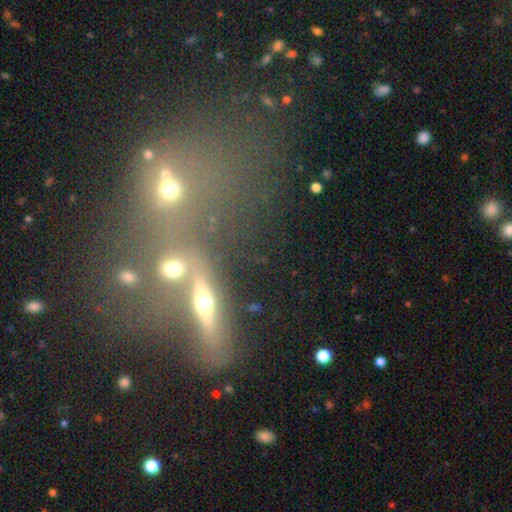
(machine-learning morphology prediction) Smooth or featured? smooth (38%)
Merging? none (45%)